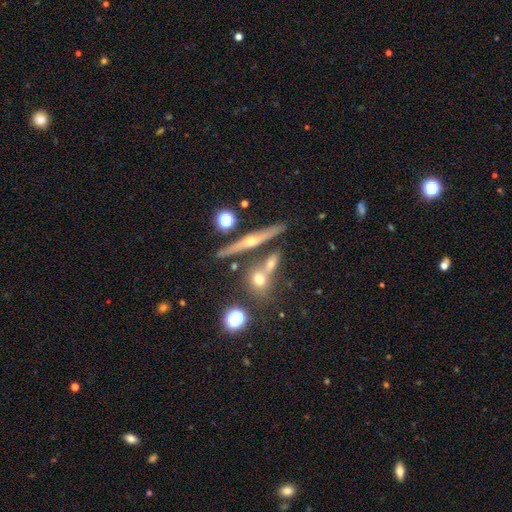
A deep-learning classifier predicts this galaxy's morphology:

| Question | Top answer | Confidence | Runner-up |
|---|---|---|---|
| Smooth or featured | star or artifact | 59% | featured or disk (23%) |